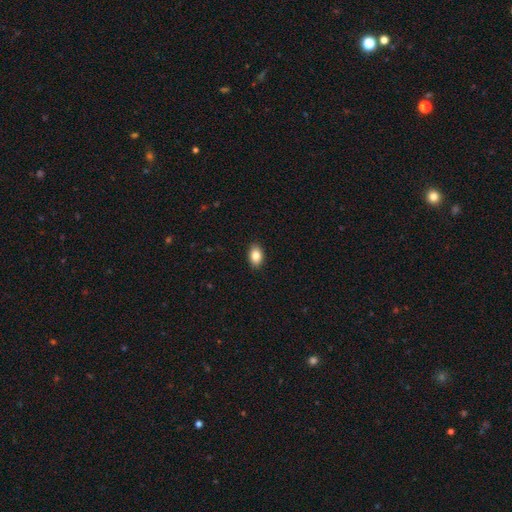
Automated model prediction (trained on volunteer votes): A smooth galaxy with no disk features (85%) that is in between round and cigar-shaped (88%).

Vote fractions:
- Smooth or featured? smooth: 85% / star or artifact: 8% / featured or disk: 7%
- How rounded? in between: 88% / round: 10% / cigar-shaped: 2%
- Merging? none: 90% / minor disturbance: 7% / major disturbance: 2% / merger: 1%